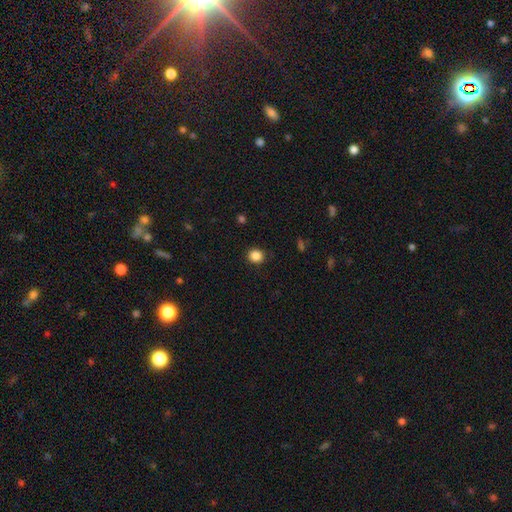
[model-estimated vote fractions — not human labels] Morphology: type=smooth (86%); roundness=round (83%); merging=none (89%).